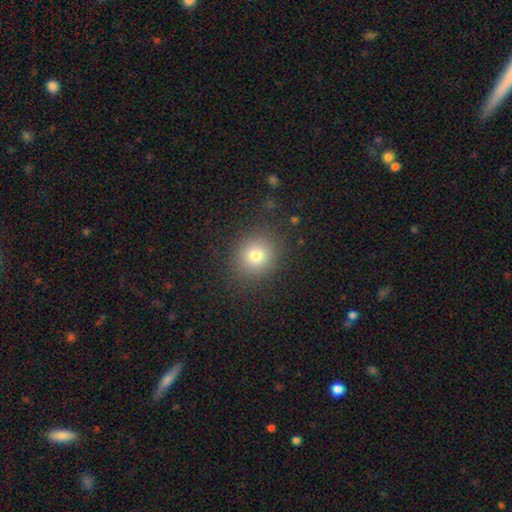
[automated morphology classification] type=smooth (78%); roundness=round (83%); merging=none (87%).